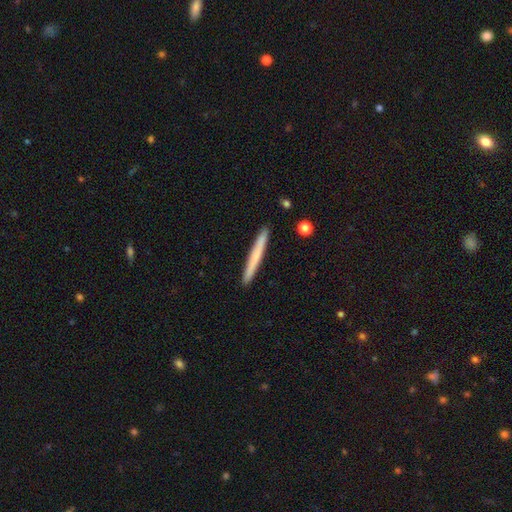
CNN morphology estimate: type=smooth (62%); roundness=cigar-shaped (97%); merging=none (92%).